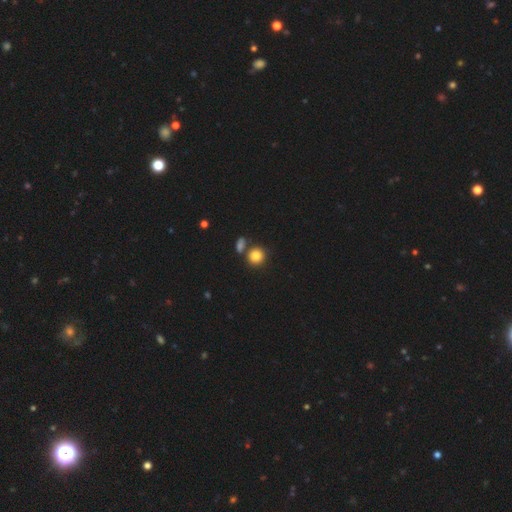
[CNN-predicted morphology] smooth_or_featured: smooth (p=0.84) [alt: star or artifact p=0.11]
how_rounded: round (p=0.87) [alt: in between p=0.12]
merging: none (p=0.69) [alt: merger p=0.19]